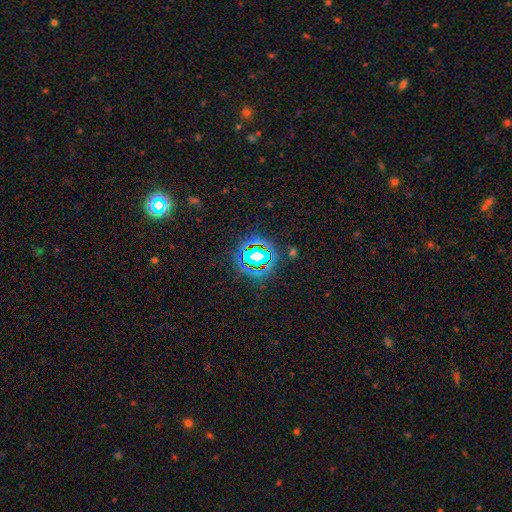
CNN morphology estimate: This appears to be a star or artifact, not a galaxy (70%).